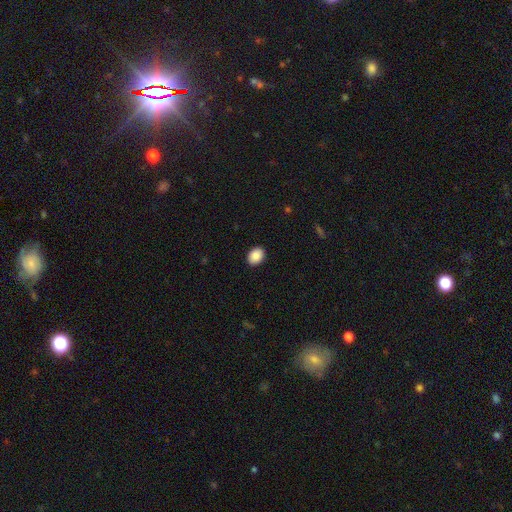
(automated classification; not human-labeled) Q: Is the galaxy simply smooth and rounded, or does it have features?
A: smooth — 89%.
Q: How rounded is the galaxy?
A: in between — 66%.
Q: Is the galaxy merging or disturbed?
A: none — 91%.